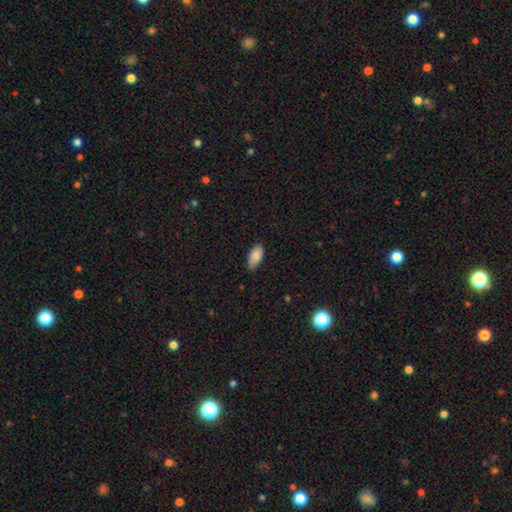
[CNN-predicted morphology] Smooth or featured?
  - smooth: 86% *
  - star or artifact: 7%
  - featured or disk: 7%
How rounded?
  - in between: 92% *
  - cigar-shaped: 6%
  - round: 2%
Merging?
  - none: 70% *
  - minor disturbance: 25%
  - major disturbance: 3%
  - merger: 1%